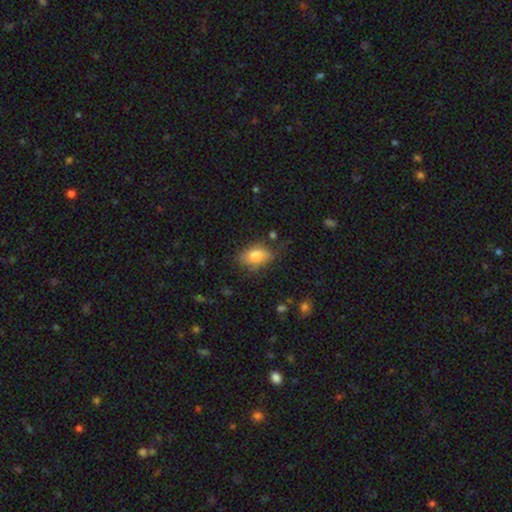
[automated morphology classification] A smooth galaxy with no disk features (78%) that is in between round and cigar-shaped (86%).

Vote fractions:
- Smooth or featured? smooth: 78% / featured or disk: 13% / star or artifact: 9%
- How rounded? in between: 86% / round: 12% / cigar-shaped: 3%
- Merging? none: 57% / minor disturbance: 29% / major disturbance: 11% / merger: 3%